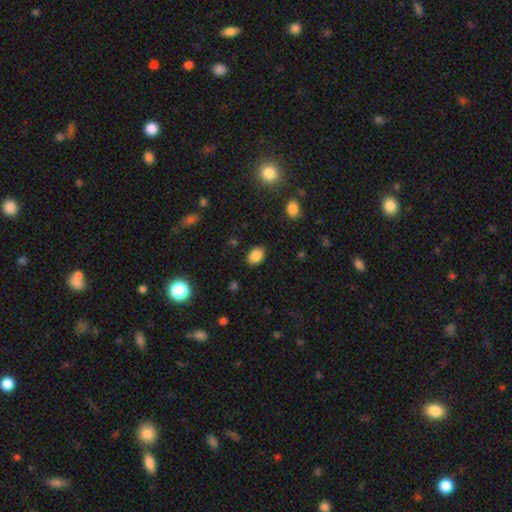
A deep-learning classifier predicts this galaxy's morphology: Overall: smooth (86%). How rounded: in between (77%). Merging: none (84%).